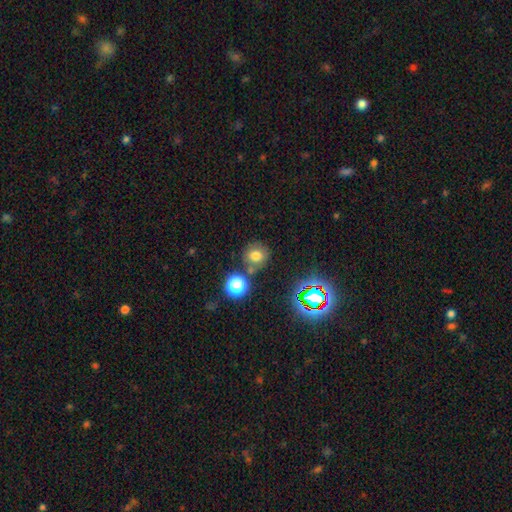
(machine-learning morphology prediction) Q: Smooth or featured?
A: smooth (71%); runner-up: star or artifact (20%)
Q: How rounded?
A: round (87%); runner-up: in between (12%)
Q: Merging?
A: none (74%); runner-up: merger (12%)